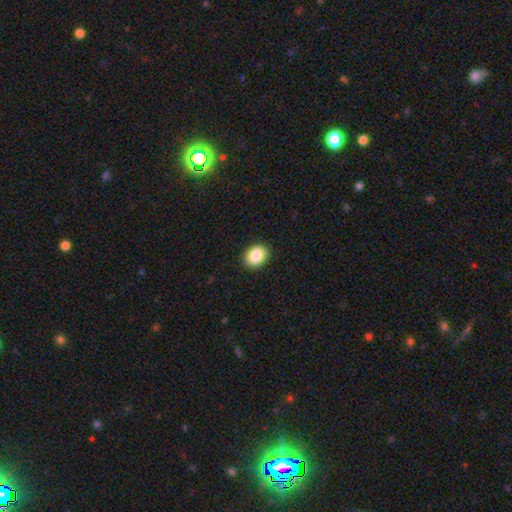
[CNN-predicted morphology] Smooth or featured: smooth — 87% (star or artifact — 7%)
How rounded: in between — 60% (round — 40%)
Merging: none — 91% (minor disturbance — 7%)